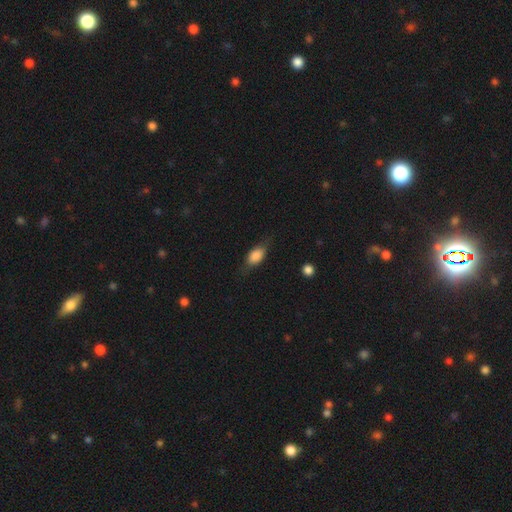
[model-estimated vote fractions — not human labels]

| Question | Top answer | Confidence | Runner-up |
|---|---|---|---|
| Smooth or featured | smooth | 77% | featured or disk (16%) |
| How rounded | in between | 84% | cigar-shaped (9%) |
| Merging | none | 68% | minor disturbance (23%) |